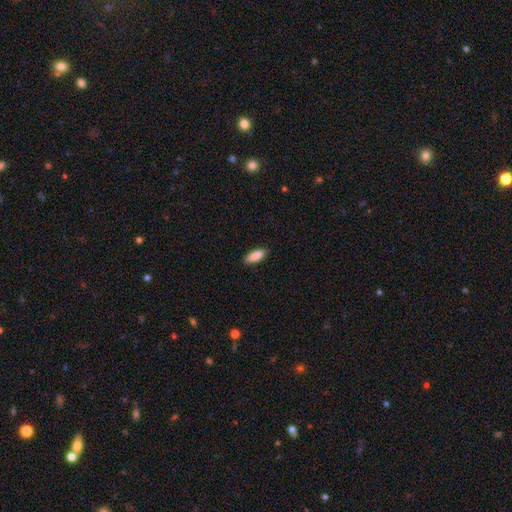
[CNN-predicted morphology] type=smooth (89%); roundness=in between (72%); merging=none (86%).